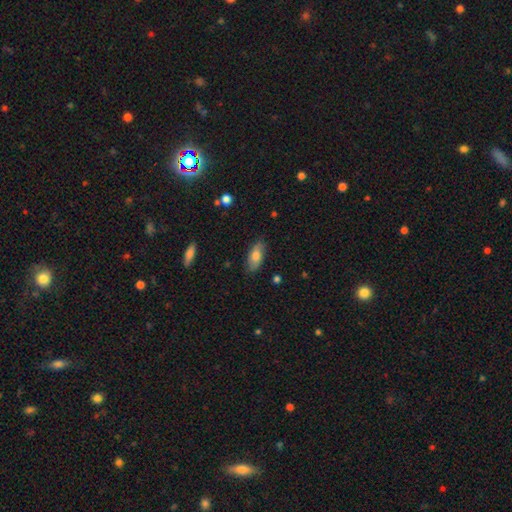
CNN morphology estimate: A smooth galaxy with no disk features (72%) that is in between round and cigar-shaped (84%).

Vote fractions:
- Smooth or featured? smooth: 72% / featured or disk: 21% / star or artifact: 7%
- How rounded? in between: 84% / cigar-shaped: 13% / round: 3%
- Merging? none: 81% / minor disturbance: 15% / major disturbance: 3% / merger: 1%